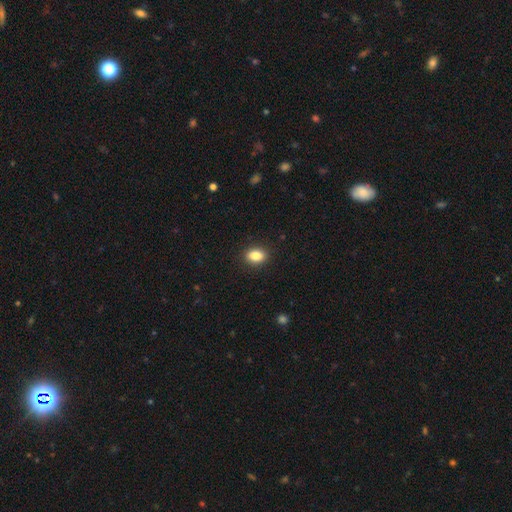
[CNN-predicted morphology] smooth_or_featured: smooth (p=0.85) [alt: star or artifact p=0.09]
how_rounded: in between (p=0.77) [alt: round p=0.21]
merging: none (p=0.90) [alt: minor disturbance p=0.07]